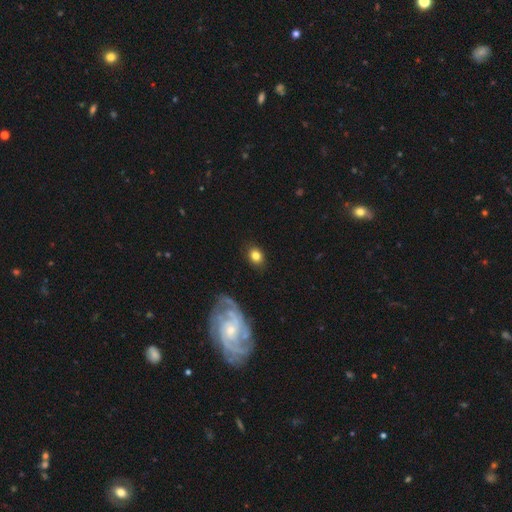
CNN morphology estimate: This is likely a smooth galaxy (79%). How rounded: possibly in between (53%). Merging: clearly none (85%).